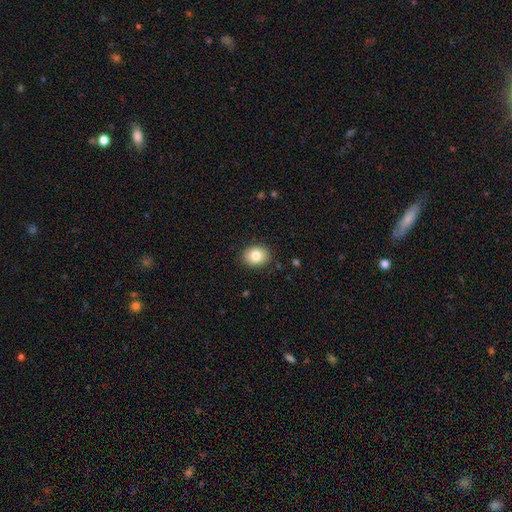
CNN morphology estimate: This appears to be a smooth galaxy with no disk features (82%) that is round (53%). Merging: none (88%).